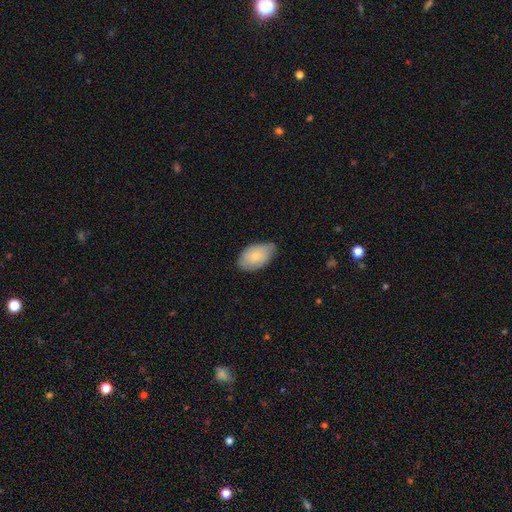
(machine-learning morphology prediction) Smooth or featured? smooth (76%)
How rounded? in between (93%)
Merging? none (70%)